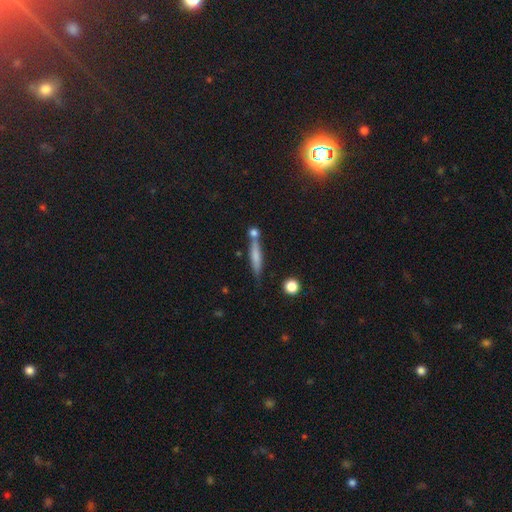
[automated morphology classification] A smooth galaxy with no disk features (63%) that is cigar-shaped (87%).

Vote fractions:
- Smooth or featured? smooth: 63% / featured or disk: 29% / star or artifact: 8%
- How rounded? cigar-shaped: 87% / in between: 10% / round: 3%
- Merging? none: 63% / merger: 18% / minor disturbance: 15% / major disturbance: 4%